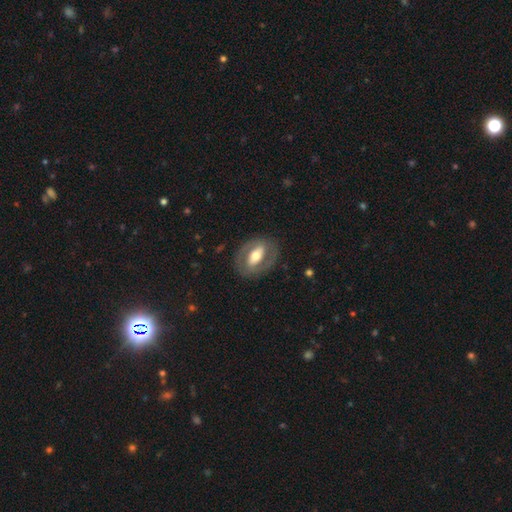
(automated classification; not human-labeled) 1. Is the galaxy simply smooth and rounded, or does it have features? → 61% featured or disk, 33% smooth, 5% star or artifact.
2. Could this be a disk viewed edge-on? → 89% no, 11% yes.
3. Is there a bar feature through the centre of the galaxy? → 44% strong, 31% no, 26% weak.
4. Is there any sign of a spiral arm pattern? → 64% no, 36% yes.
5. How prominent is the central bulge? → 63% moderate, 20% large, 13% small, 2% dominant, 1% none.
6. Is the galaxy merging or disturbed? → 80% none, 12% minor disturbance, 7% major disturbance, 1% merger.